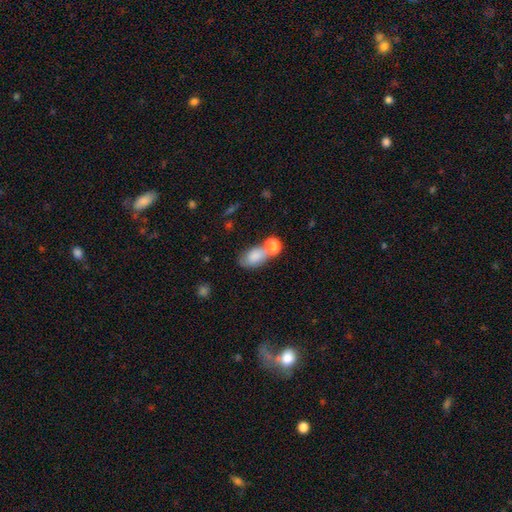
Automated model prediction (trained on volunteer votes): Smooth or featured: smooth — 80% (featured or disk — 11%)
How rounded: in between — 87% (round — 10%)
Merging: none — 42% (merger — 36%)